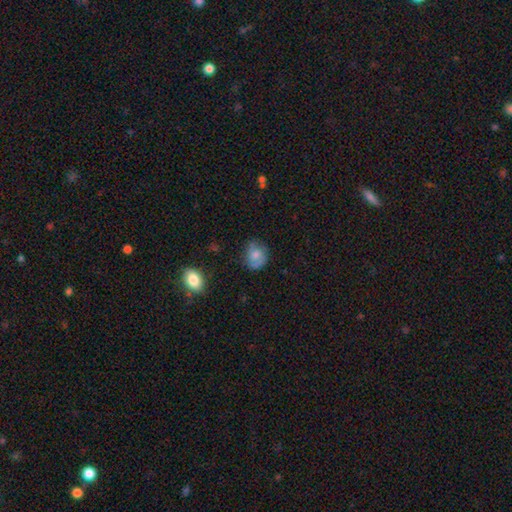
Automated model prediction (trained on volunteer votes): Smooth or featured: smooth — 64% (featured or disk — 27%)
How rounded: round — 66% (in between — 33%)
Merging: none — 65% (minor disturbance — 25%)